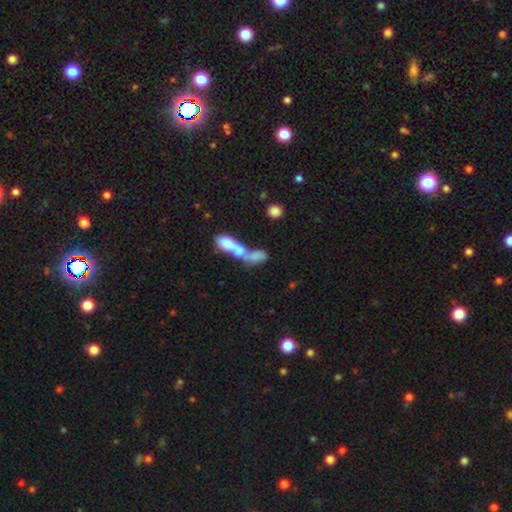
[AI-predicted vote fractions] smooth-or-featured: smooth: 58% | featured or disk: 30% | star or artifact: 12%
  how-rounded: in between: 55% | cigar-shaped: 36% | round: 9%
  merging: merger: 73% | none: 13% | major disturbance: 9% | minor disturbance: 6%